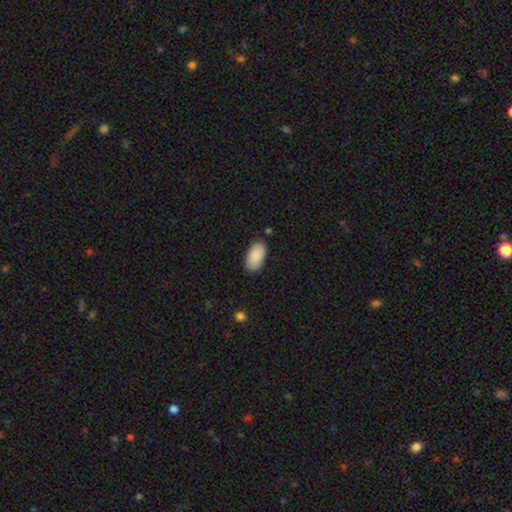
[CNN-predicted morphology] Q: Smooth or featured?
A: smooth (90%); runner-up: star or artifact (6%)
Q: How rounded?
A: in between (95%); runner-up: cigar-shaped (2%)
Q: Merging?
A: none (84%); runner-up: minor disturbance (12%)